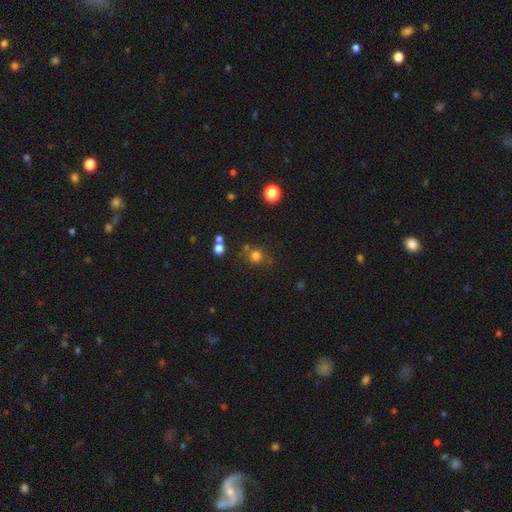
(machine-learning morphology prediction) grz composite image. It shows a smooth galaxy with no disk features (75%) that is round (87%). Merging: none (71%).